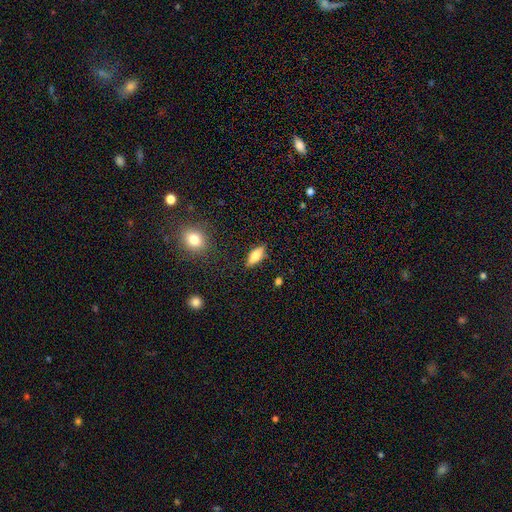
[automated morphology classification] type=smooth (70%); roundness=in between (68%); merging=none (85%).